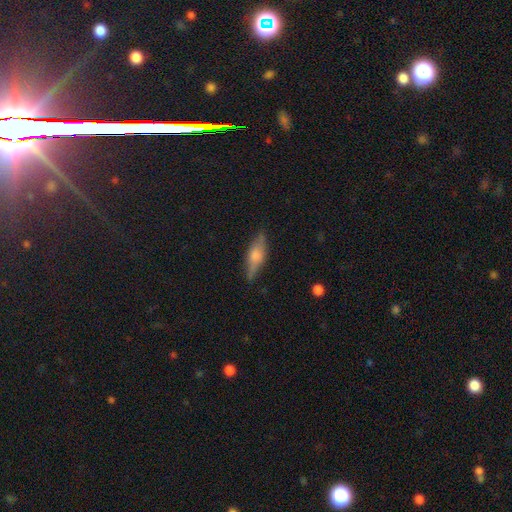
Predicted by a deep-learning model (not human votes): smooth-or-featured: featured or disk: 47% | smooth: 45% | star or artifact: 7%
  merging: none: 78% | minor disturbance: 17% | major disturbance: 4% | merger: 2%